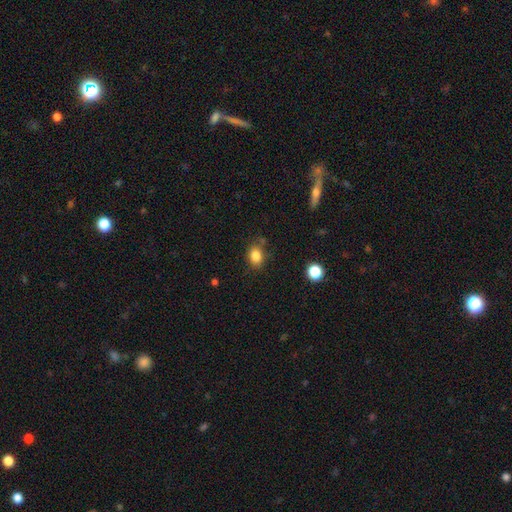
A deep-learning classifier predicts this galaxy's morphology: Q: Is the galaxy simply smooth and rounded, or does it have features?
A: smooth — 83%.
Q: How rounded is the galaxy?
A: in between — 62%.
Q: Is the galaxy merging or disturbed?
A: none — 75%.